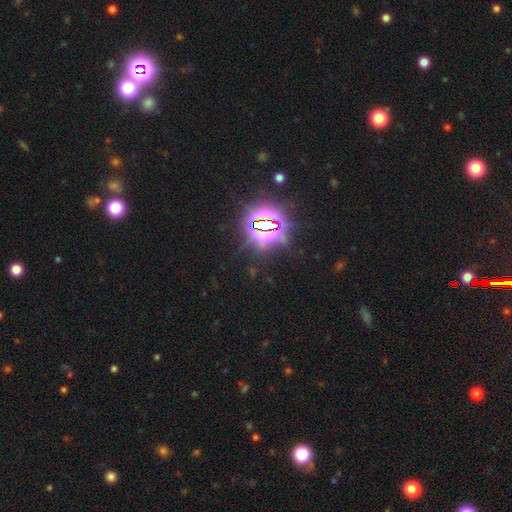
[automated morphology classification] Overall: star or artifact (83%).